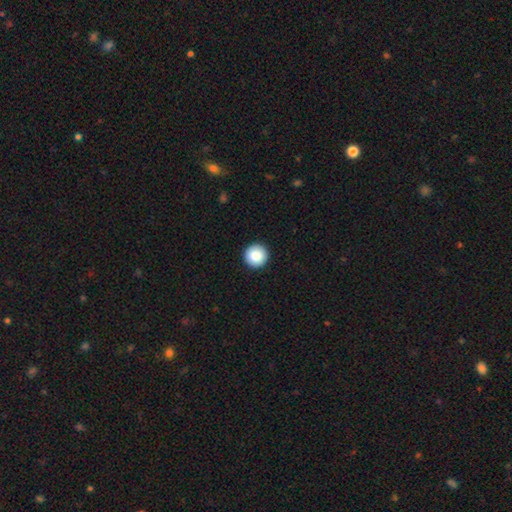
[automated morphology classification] type=smooth (87%); roundness=round (97%); merging=none (94%).